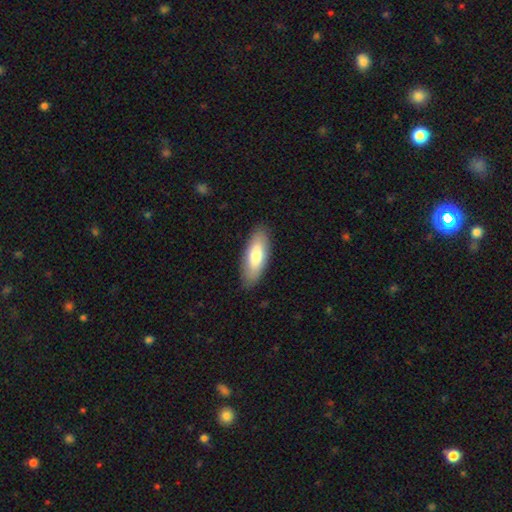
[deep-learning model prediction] Smooth or featured?
  - smooth: 76% *
  - featured or disk: 18%
  - star or artifact: 5%
How rounded?
  - in between: 74% *
  - cigar-shaped: 24%
  - round: 2%
Merging?
  - none: 87% *
  - minor disturbance: 10%
  - major disturbance: 2%
  - merger: 1%